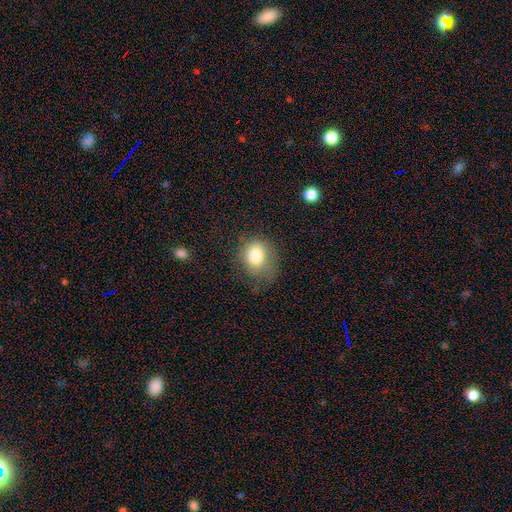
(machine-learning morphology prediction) smooth-or-featured: smooth: 80% | featured or disk: 10% | star or artifact: 10%
  how-rounded: round: 55% | in between: 44% | cigar-shaped: 1%
  merging: none: 57% | minor disturbance: 26% | major disturbance: 15% | merger: 2%